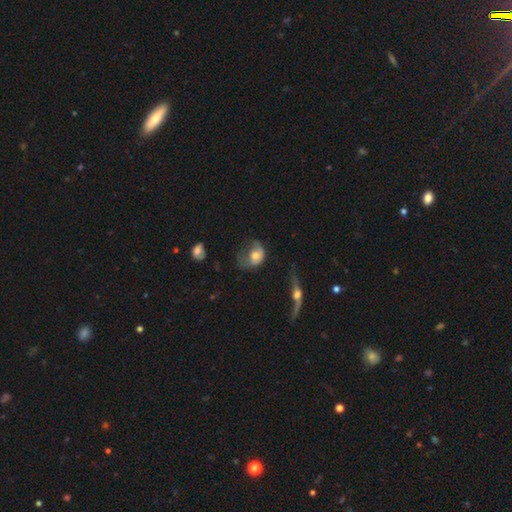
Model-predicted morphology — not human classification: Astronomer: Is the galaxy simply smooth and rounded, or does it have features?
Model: smooth — 57% (runner-up: featured or disk, 35%).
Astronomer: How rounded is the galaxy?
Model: in between — 62%.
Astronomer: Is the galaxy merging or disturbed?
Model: major disturbance — 49% (runner-up: minor disturbance, 28%).